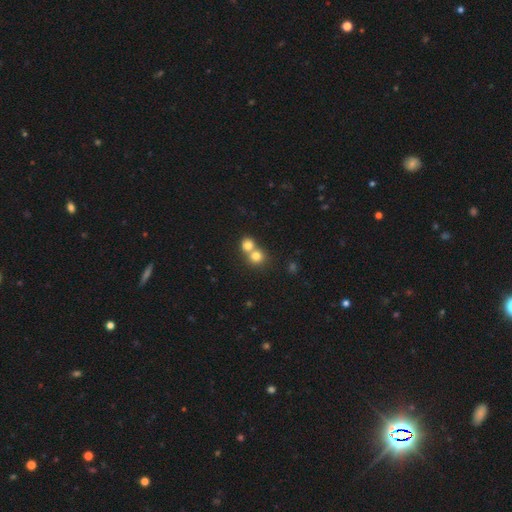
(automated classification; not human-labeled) Smooth or featured? smooth (76%)
How rounded? round (85%)
Merging? merger (58%)